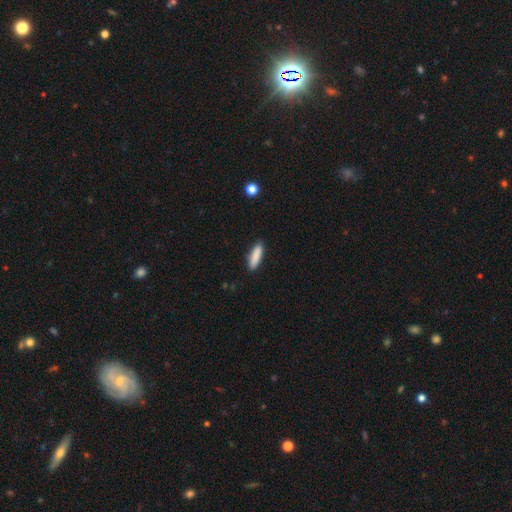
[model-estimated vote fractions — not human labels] Morphology: type=smooth (88%); roundness=cigar-shaped (60%); merging=none (87%).